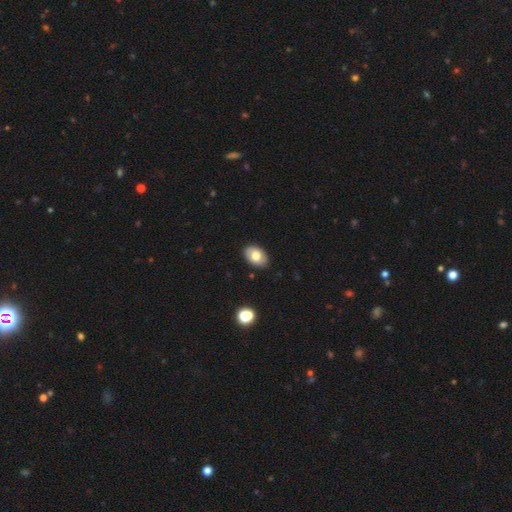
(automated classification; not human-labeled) Smooth or featured? Predicted: smooth (p=0.75). How rounded? Predicted: in between (p=0.88). Merging? Predicted: none (p=0.88).